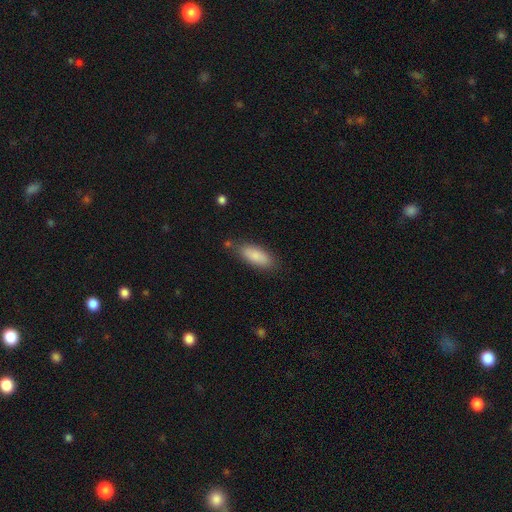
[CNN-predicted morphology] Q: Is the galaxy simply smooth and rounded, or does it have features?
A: smooth — 84%.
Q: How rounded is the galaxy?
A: in between — 77%.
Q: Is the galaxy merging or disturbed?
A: none — 78%.